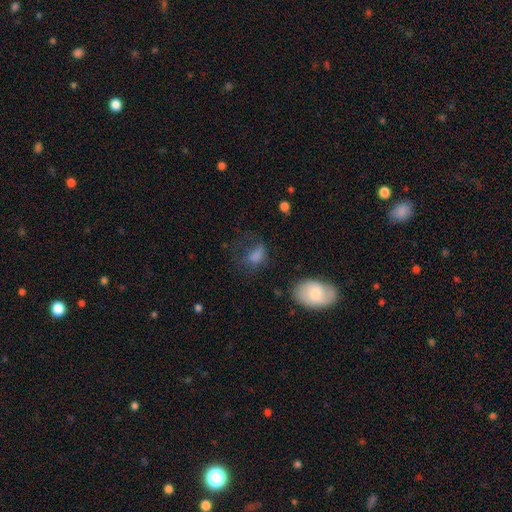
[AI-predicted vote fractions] Overall: smooth (69%). How rounded: in between (75%). Merging: none (44%; major disturbance 26%).